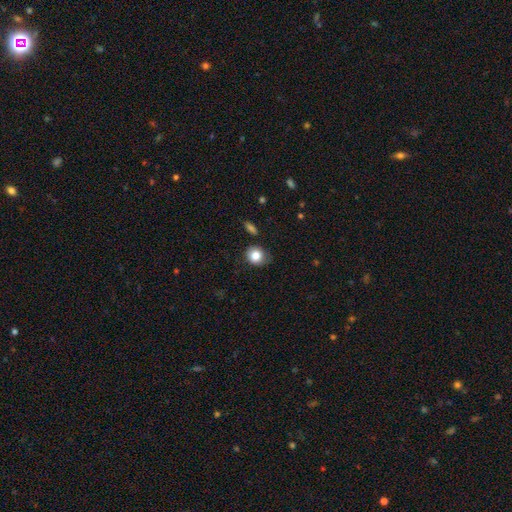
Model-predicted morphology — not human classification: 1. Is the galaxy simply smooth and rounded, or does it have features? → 83% smooth, 9% star or artifact, 8% featured or disk.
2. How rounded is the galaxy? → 74% round, 25% in between, 1% cigar-shaped.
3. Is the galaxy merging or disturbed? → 73% none, 20% minor disturbance, 4% major disturbance, 3% merger.